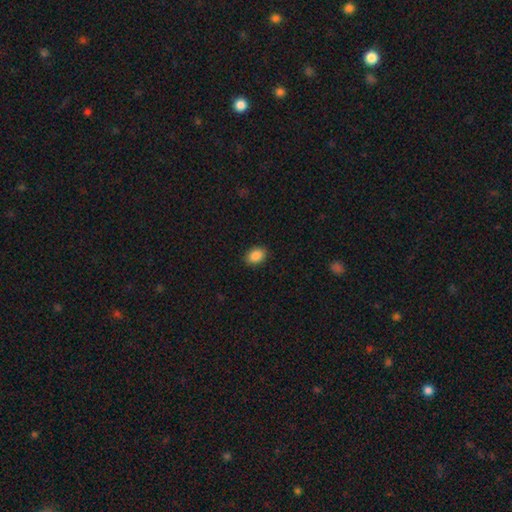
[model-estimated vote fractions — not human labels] smooth_or_featured: smooth (p=0.88) [alt: star or artifact p=0.08]
how_rounded: in between (p=0.74) [alt: round p=0.25]
merging: none (p=0.88) [alt: minor disturbance p=0.09]